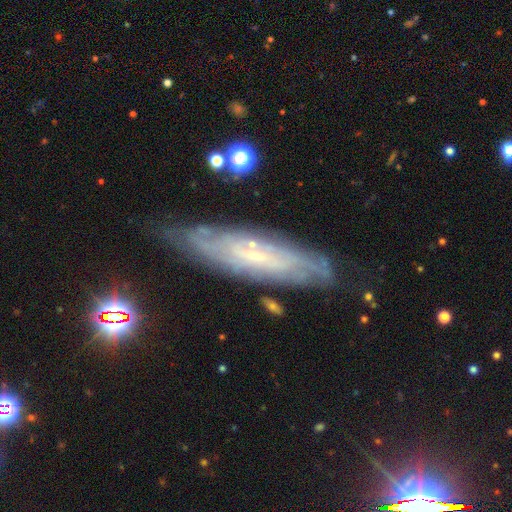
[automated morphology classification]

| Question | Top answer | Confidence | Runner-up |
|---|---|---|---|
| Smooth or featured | featured or disk | 73% | smooth (19%) |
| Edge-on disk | no | 65% | yes (35%) |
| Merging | none | 75% | minor disturbance (18%) |